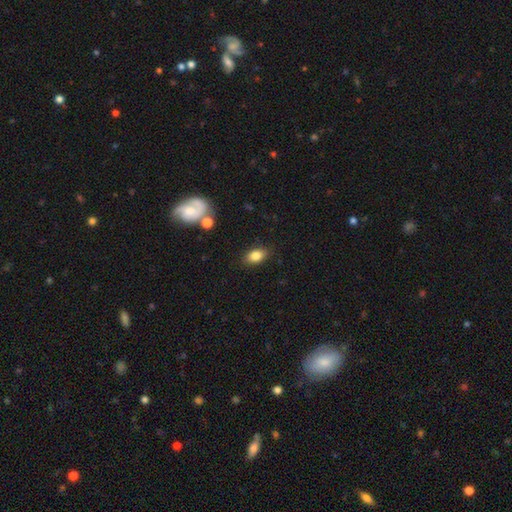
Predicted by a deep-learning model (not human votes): A smooth galaxy with no disk features (82%) that is in between round and cigar-shaped (86%).

Vote fractions:
- Smooth or featured? smooth: 82% / star or artifact: 9% / featured or disk: 9%
- How rounded? in between: 86% / round: 11% / cigar-shaped: 3%
- Merging? none: 84% / minor disturbance: 11% / major disturbance: 3% / merger: 2%